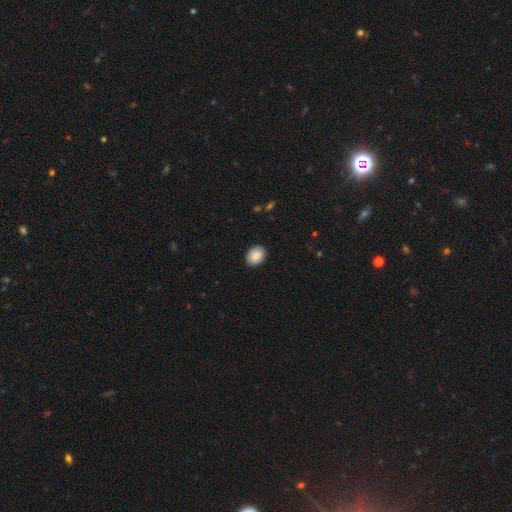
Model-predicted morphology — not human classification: Overall: smooth (90%). How rounded: in between (60%; round 39%). Merging: none (90%).